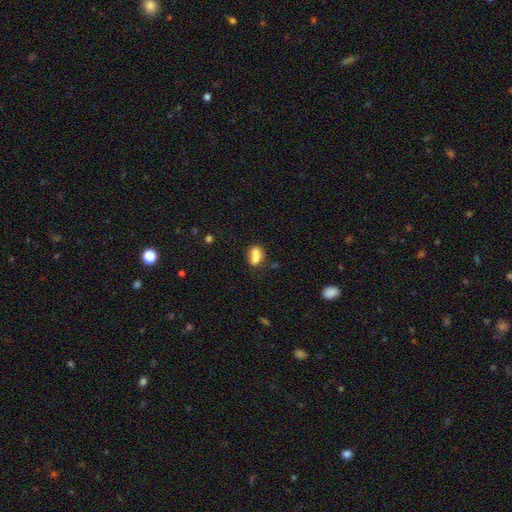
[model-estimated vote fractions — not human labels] This is likely a smooth galaxy (70%). How rounded: possibly in between (53%). Merging: likely merger (62%).